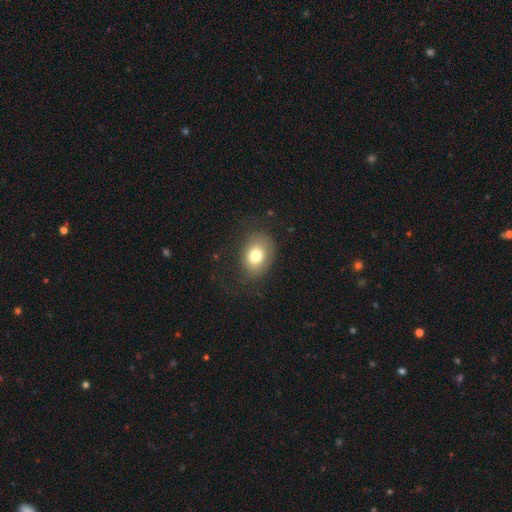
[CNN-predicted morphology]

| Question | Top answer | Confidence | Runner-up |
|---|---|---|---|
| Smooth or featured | smooth | 76% | featured or disk (14%) |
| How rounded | in between | 67% | round (32%) |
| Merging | none | 74% | minor disturbance (16%) |